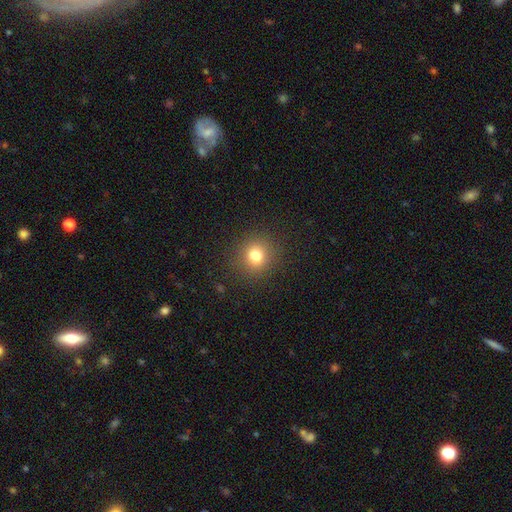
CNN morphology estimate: A smooth galaxy with no disk features (77%) that is round (87%).

Vote fractions:
- Smooth or featured? smooth: 77% / star or artifact: 15% / featured or disk: 8%
- How rounded? round: 87% / in between: 12% / cigar-shaped: 1%
- Merging? none: 89% / minor disturbance: 7% / major disturbance: 3% / merger: 1%